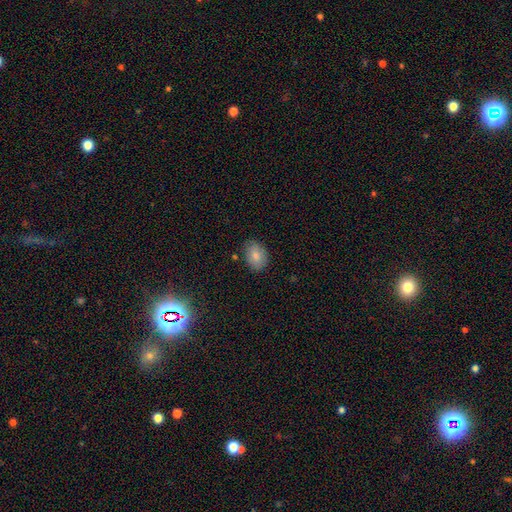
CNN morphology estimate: Smooth or featured? Predicted: smooth (p=0.82). How rounded? Predicted: in between (p=0.80). Merging? Predicted: none (p=0.82).